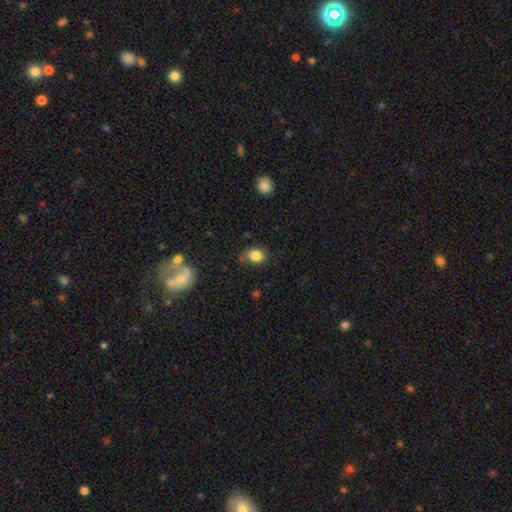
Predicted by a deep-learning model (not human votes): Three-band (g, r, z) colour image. It shows a smooth galaxy with no disk features (83%) that is round (56%). Merging: none (68%).